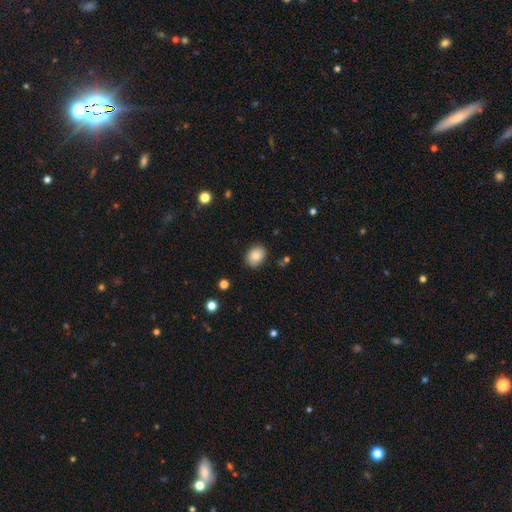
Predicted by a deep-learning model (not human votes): Q: Smooth or featured?
A: smooth (81%); runner-up: featured or disk (10%)
Q: How rounded?
A: in between (55%); runner-up: round (44%)
Q: Merging?
A: none (85%); runner-up: minor disturbance (12%)